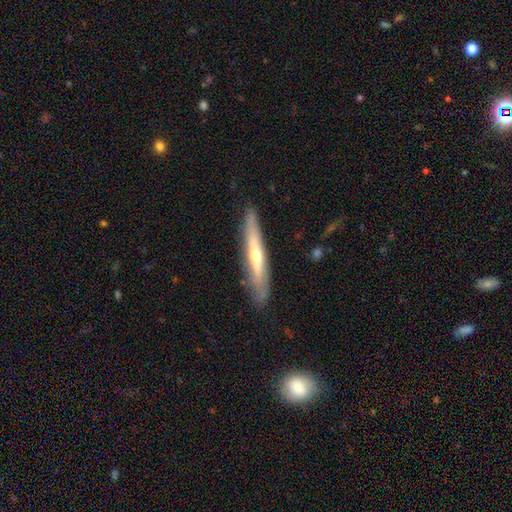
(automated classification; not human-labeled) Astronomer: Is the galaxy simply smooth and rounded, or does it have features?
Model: featured or disk — 58% (runner-up: smooth, 36%).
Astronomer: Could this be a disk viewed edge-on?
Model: yes — 87%.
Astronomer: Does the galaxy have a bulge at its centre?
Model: rounded — 75%.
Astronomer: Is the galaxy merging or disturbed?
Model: none — 83%.